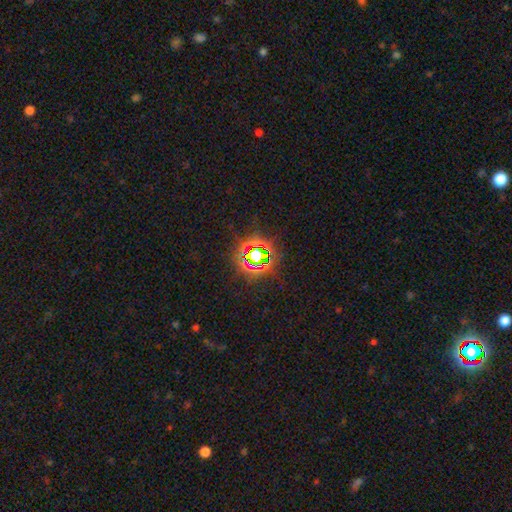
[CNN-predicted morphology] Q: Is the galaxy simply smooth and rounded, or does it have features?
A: star or artifact — 75%.